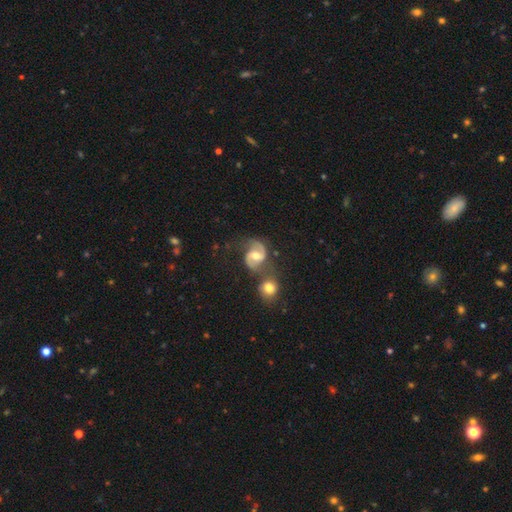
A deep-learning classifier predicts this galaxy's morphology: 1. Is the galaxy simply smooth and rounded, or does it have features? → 84% featured or disk, 10% smooth, 6% star or artifact.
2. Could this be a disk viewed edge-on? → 98% no, 2% yes.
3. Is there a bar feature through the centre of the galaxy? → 47% weak, 35% no, 19% strong.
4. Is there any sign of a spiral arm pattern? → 96% yes, 4% no.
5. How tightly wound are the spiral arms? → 56% medium, 28% loose, 16% tight.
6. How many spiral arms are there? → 92% 2, 3% can't tell, 2% 1, 1% 3, 1% 4, 1% more than 4.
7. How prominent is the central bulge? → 74% moderate, 17% small, 6% large, 1% none, 1% dominant.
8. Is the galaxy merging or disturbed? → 55% none, 24% merger, 15% minor disturbance, 7% major disturbance.